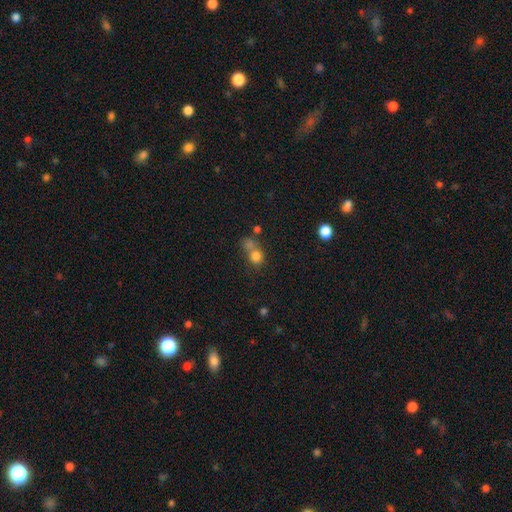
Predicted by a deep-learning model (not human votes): This appears to be a smooth galaxy with no disk features (74%) that is round (76%). Merging: merger (45%).